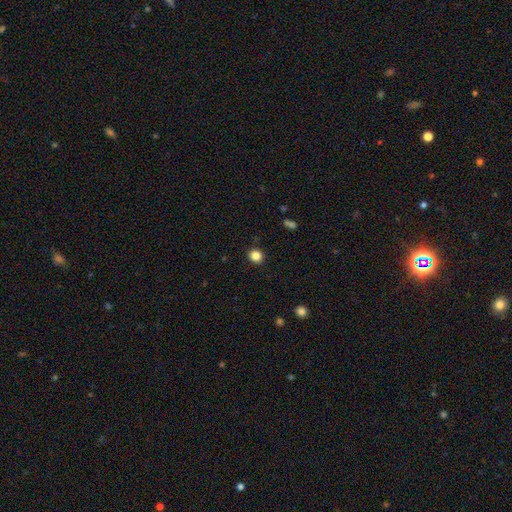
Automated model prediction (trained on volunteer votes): A smooth galaxy with no disk features (84%) that is round (86%). Merging: none (91%).